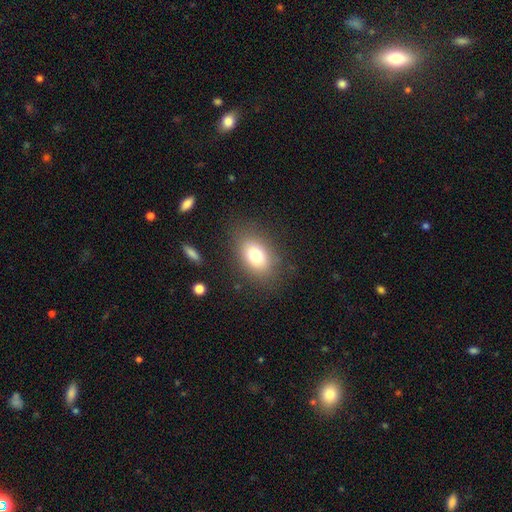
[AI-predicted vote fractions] smooth 76%, featured or disk 14%, star or artifact 10%. Down the decision tree: how rounded — in between (80%); merging — none (81%).